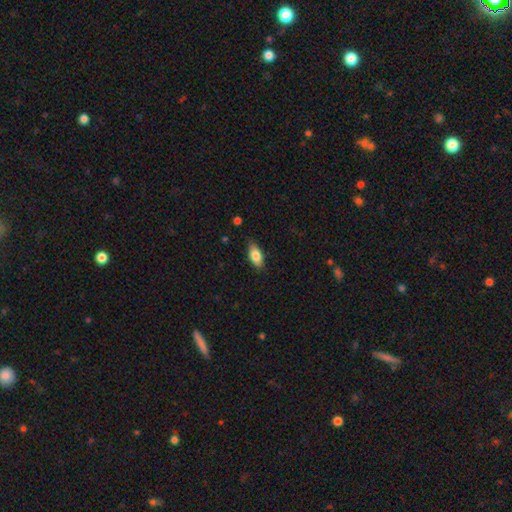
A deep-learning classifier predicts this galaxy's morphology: The model was most divided on "smooth or featured": smooth: 82%, featured or disk: 12%, star or artifact: 7%. More confident: how rounded — in between (86%); merging — none (83%).